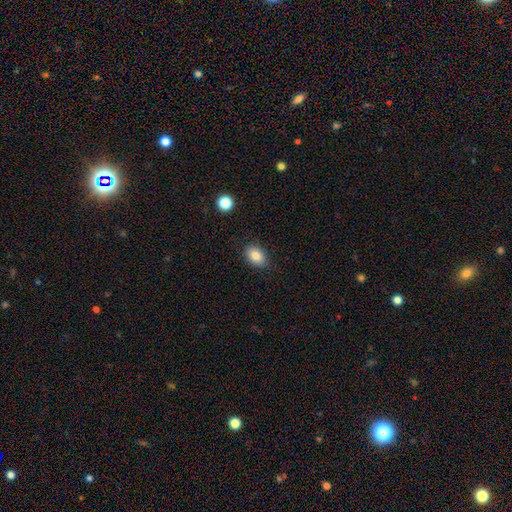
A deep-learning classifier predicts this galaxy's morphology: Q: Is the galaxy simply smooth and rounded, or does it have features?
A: smooth — 84%.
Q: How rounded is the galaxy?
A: in between — 80%.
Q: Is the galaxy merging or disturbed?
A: none — 85%.